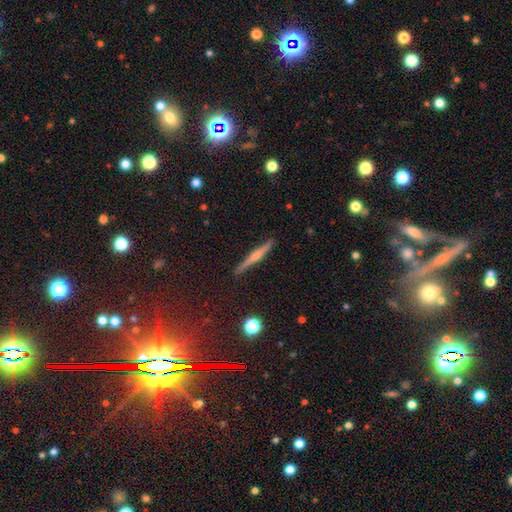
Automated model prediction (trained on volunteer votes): smooth-or-featured: featured or disk: 65% | smooth: 26% | star or artifact: 9%
  disk-edge-on: yes: 98% | no: 2%
    edge-on-bulge: rounded: 69% | none: 20% | boxy: 11%
  merging: none: 90% | minor disturbance: 7% | major disturbance: 1% | merger: 1%